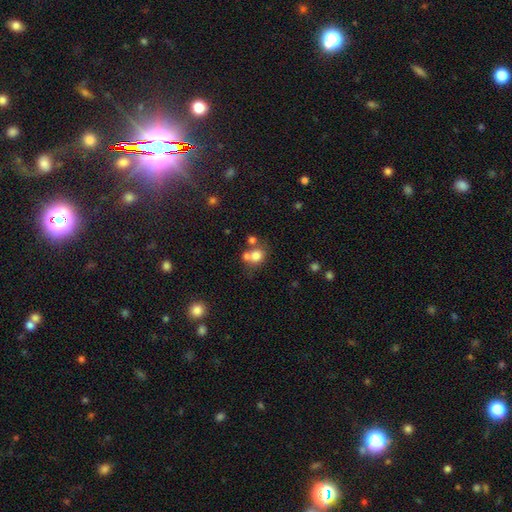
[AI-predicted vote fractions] A smooth galaxy with no disk features (76%) that is round (72%).

Vote fractions:
- Smooth or featured? smooth: 76% / star or artifact: 13% / featured or disk: 12%
- How rounded? round: 72% / in between: 27% / cigar-shaped: 1%
- Merging? none: 45% / merger: 39% / minor disturbance: 11% / major disturbance: 6%